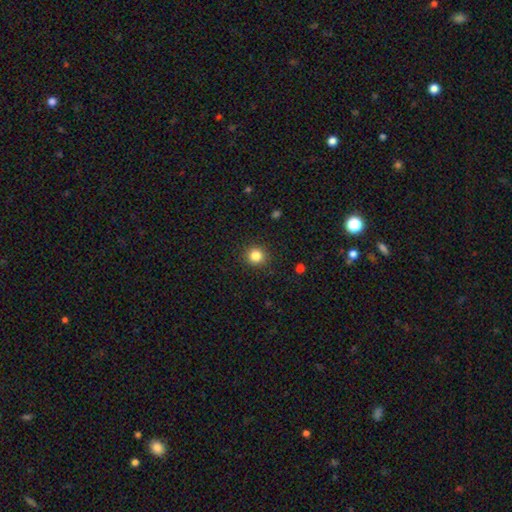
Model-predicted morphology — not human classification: Smooth or featured?
  - smooth: 83% *
  - star or artifact: 12%
  - featured or disk: 5%
How rounded?
  - round: 93% *
  - in between: 6%
  - cigar-shaped: 1%
Merging?
  - none: 91% *
  - minor disturbance: 6%
  - major disturbance: 2%
  - merger: 1%